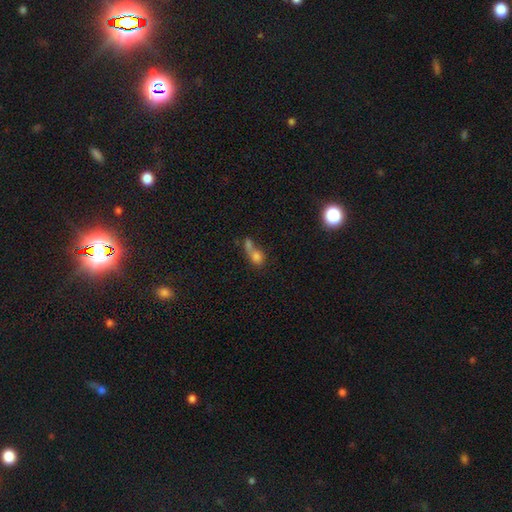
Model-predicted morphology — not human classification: Smooth or featured?
  - smooth: 67% *
  - star or artifact: 17%
  - featured or disk: 17%
How rounded?
  - round: 56% *
  - in between: 38%
  - cigar-shaped: 6%
Merging?
  - merger: 51% *
  - none: 27%
  - major disturbance: 11%
  - minor disturbance: 10%